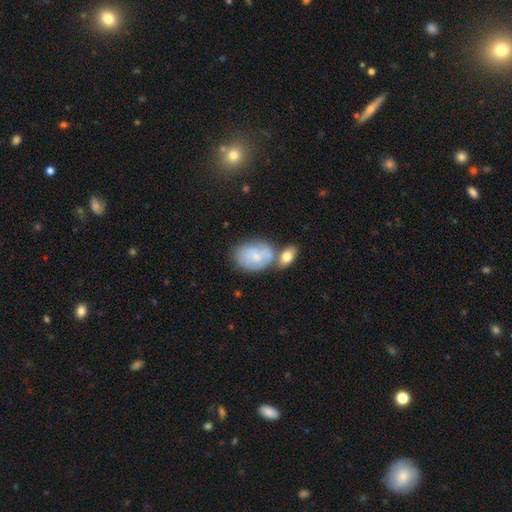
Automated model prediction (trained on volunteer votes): Smooth or featured? Predicted: smooth (p=0.58). How rounded? Predicted: in between (p=0.74). Merging? Predicted: none (p=0.40).